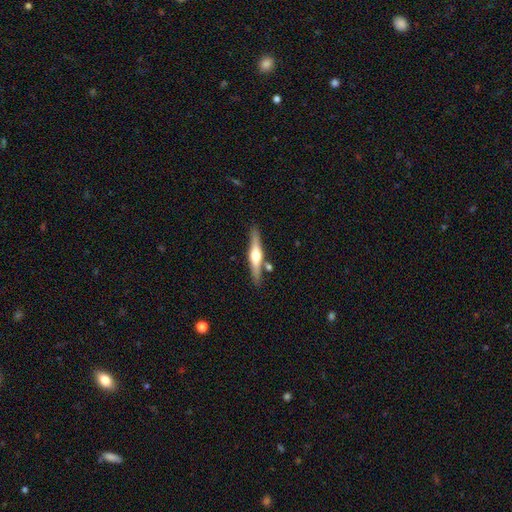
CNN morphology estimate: type=featured or disk (71%); edge-on=yes (97%); edge-on bulge=rounded (94%); merging=none (83%).